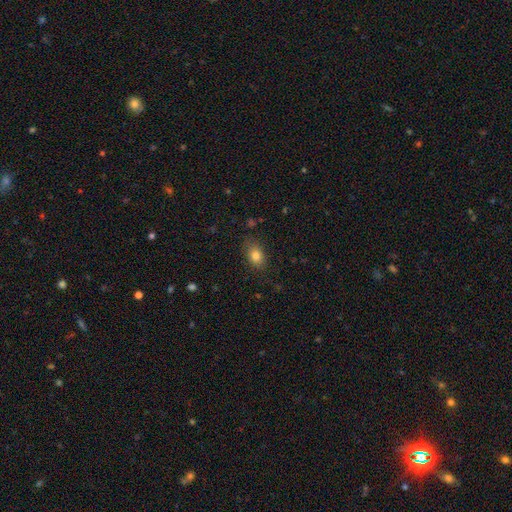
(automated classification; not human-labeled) Q: Smooth or featured?
A: smooth (82%); runner-up: star or artifact (10%)
Q: How rounded?
A: in between (78%); runner-up: round (21%)
Q: Merging?
A: none (79%); runner-up: minor disturbance (16%)